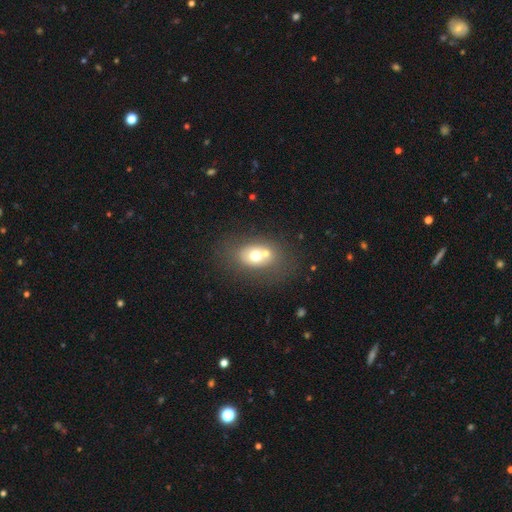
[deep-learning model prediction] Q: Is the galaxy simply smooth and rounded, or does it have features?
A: smooth — 61%.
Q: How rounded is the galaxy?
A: in between — 66%.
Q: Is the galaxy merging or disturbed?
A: merger — 42%.